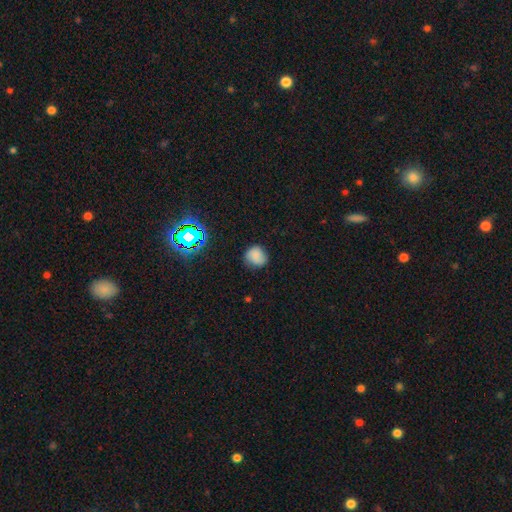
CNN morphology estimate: smooth 75%, star or artifact 15%, featured or disk 10%. Down the decision tree: how rounded — round (81%); merging — none (73%).